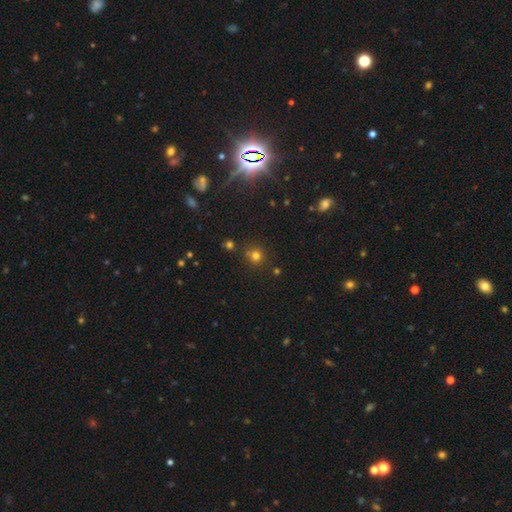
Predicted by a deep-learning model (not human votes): Smooth or featured: smooth — 71% (star or artifact — 22%)
How rounded: round — 90% (in between — 9%)
Merging: none — 73% (merger — 14%)